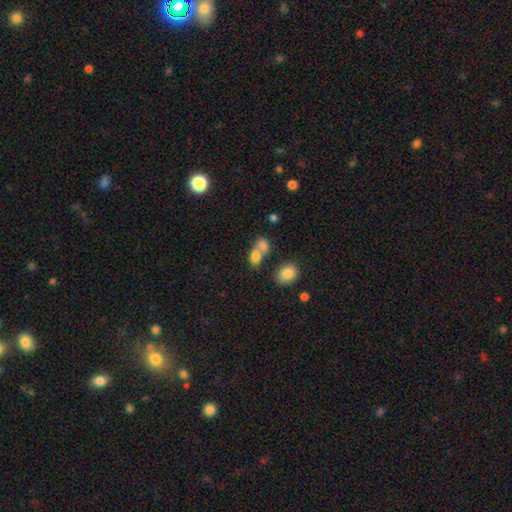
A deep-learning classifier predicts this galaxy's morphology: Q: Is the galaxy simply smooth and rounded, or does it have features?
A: smooth — 79%.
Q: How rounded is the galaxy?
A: in between — 74%.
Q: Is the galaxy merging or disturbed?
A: merger — 57%.